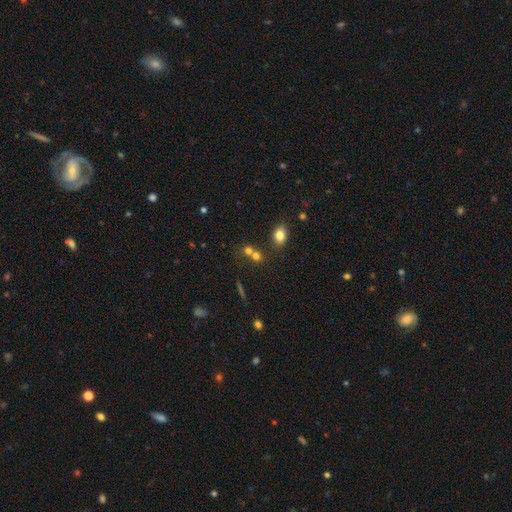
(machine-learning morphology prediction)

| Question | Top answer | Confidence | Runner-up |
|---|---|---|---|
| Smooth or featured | smooth | 70% | star or artifact (18%) |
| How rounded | round | 71% | in between (27%) |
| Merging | none | 49% | merger (39%) |